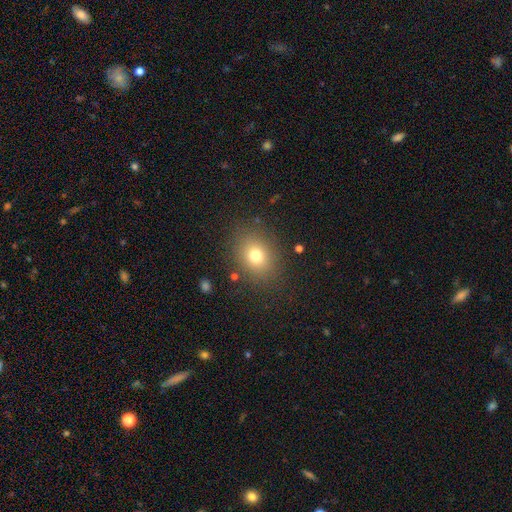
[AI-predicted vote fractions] smooth_or_featured: smooth (p=0.75) [alt: star or artifact p=0.14]
how_rounded: round (p=0.56) [alt: in between p=0.43]
merging: none (p=0.85) [alt: minor disturbance p=0.09]